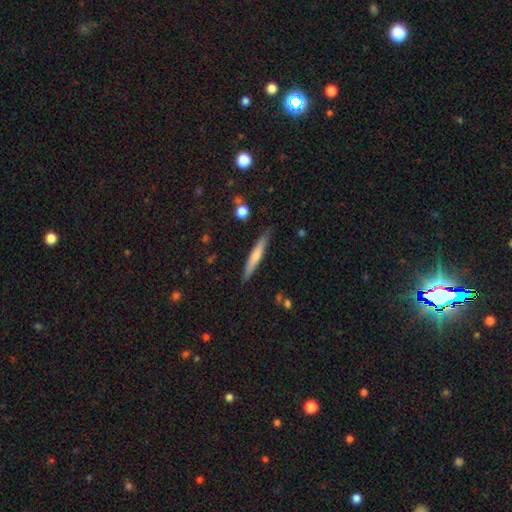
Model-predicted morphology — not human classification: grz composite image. It shows a smooth galaxy with no disk features (58%) that is cigar-shaped (94%). Merging: none (87%).